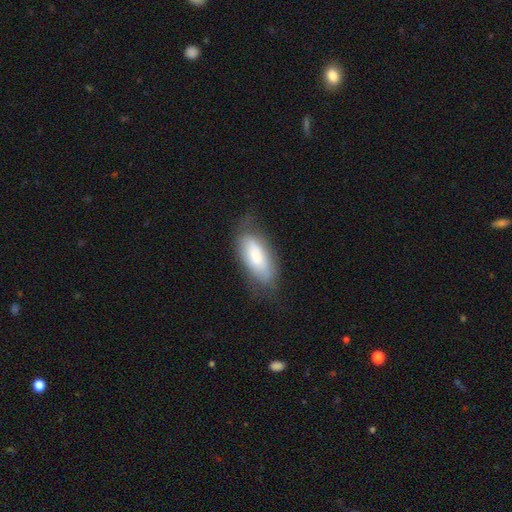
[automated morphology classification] Smooth or featured?
  - smooth: 66% *
  - featured or disk: 28%
  - star or artifact: 7%
How rounded?
  - in between: 81% *
  - cigar-shaped: 17%
  - round: 2%
Merging?
  - none: 67% *
  - minor disturbance: 24%
  - major disturbance: 8%
  - merger: 1%